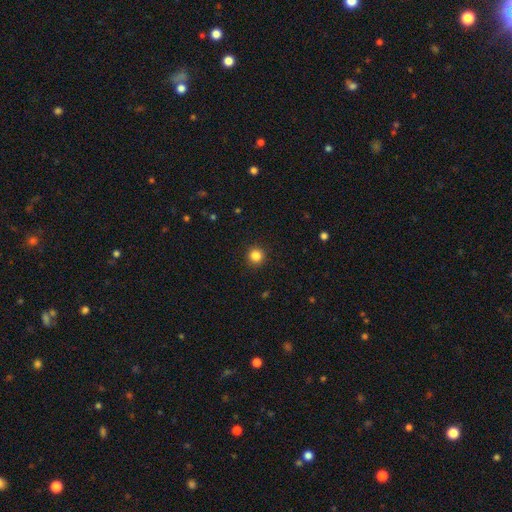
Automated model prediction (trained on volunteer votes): Smooth or featured? smooth (85%)
How rounded? round (94%)
Merging? none (92%)